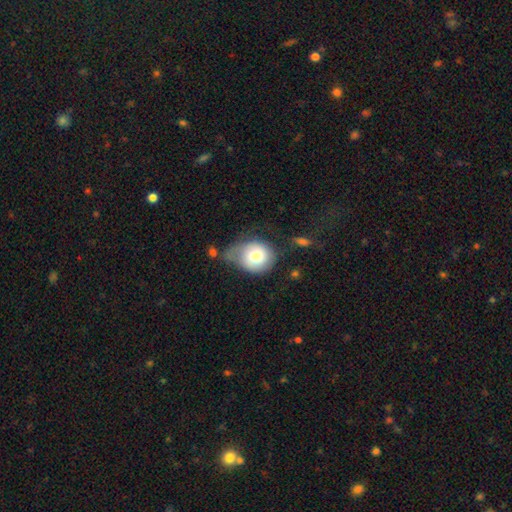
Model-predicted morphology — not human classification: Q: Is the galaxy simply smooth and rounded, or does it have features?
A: smooth — 73%.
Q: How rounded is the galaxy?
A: round — 72%.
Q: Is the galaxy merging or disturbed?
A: minor disturbance — 35%.